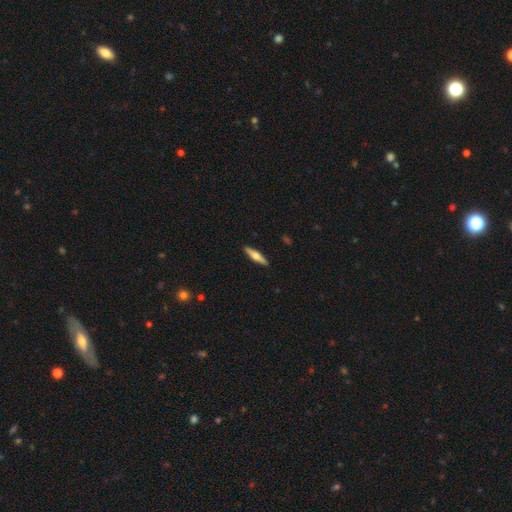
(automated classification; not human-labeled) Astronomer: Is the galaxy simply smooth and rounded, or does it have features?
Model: featured or disk — 51% (runner-up: smooth, 43%).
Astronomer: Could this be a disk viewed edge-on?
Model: yes — 95%.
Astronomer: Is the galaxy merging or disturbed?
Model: none — 91%.